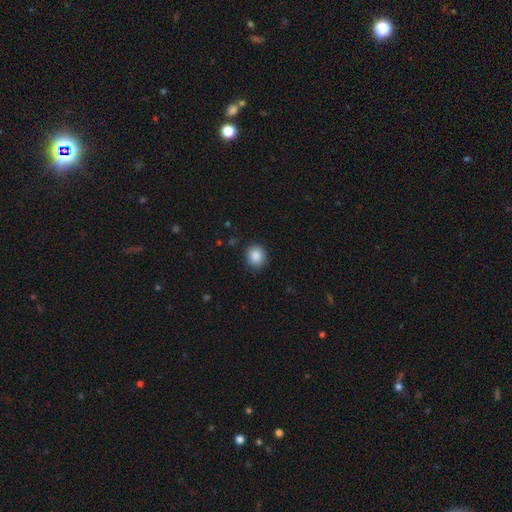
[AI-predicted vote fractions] Q: Smooth or featured?
A: smooth (88%); runner-up: star or artifact (8%)
Q: How rounded?
A: round (82%); runner-up: in between (17%)
Q: Merging?
A: none (88%); runner-up: minor disturbance (9%)